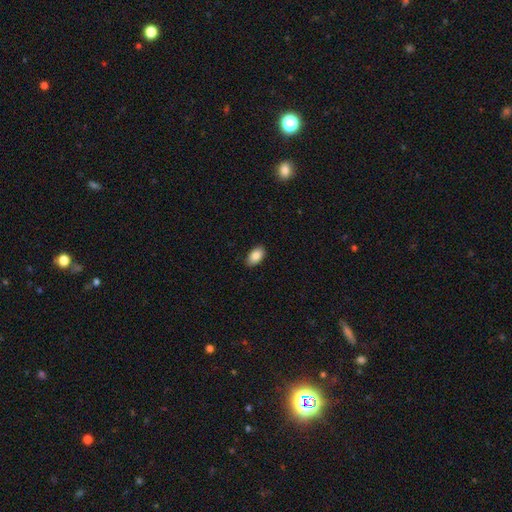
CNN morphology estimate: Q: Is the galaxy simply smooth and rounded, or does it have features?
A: smooth — 86%.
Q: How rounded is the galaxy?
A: in between — 93%.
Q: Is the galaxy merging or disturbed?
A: none — 88%.